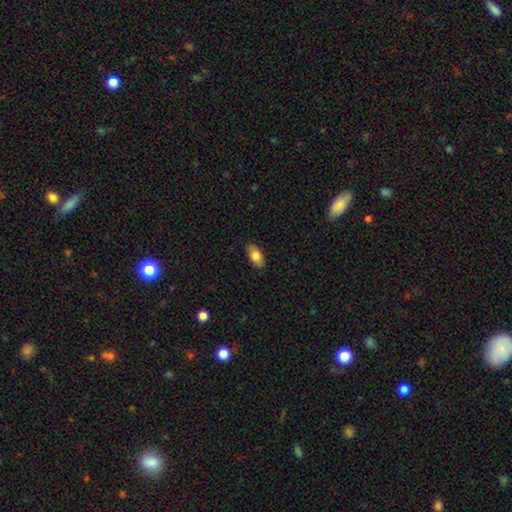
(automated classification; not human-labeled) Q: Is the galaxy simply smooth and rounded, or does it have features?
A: smooth — 82%.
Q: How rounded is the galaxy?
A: in between — 91%.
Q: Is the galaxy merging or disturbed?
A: none — 86%.